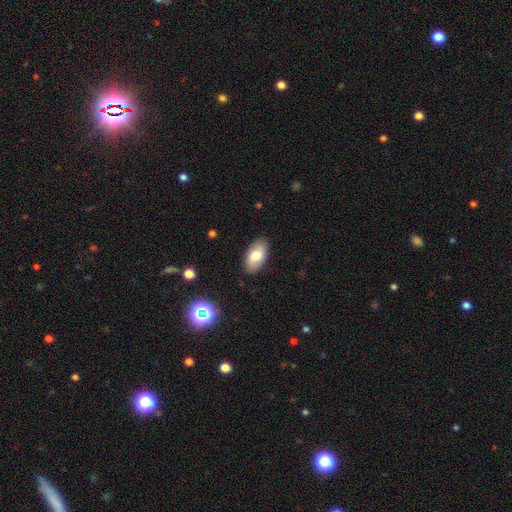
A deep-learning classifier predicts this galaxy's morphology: A smooth galaxy with no disk features (76%) that is in between round and cigar-shaped (94%). Merging: none (87%).